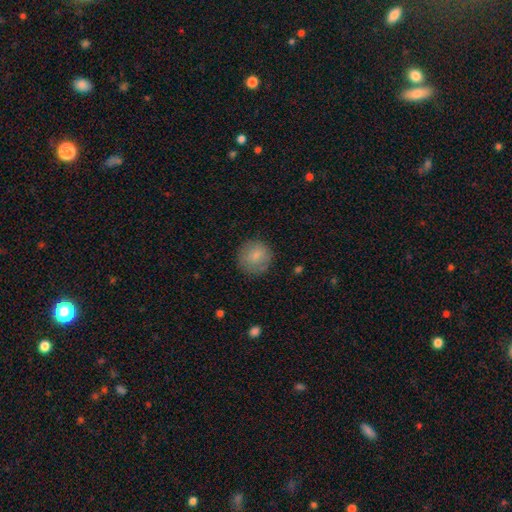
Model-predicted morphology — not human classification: The model was most divided on "merging": none: 83%, minor disturbance: 12%, major disturbance: 4%, merger: 1%. More confident: how rounded — round (92%); smooth or featured — smooth (82%).